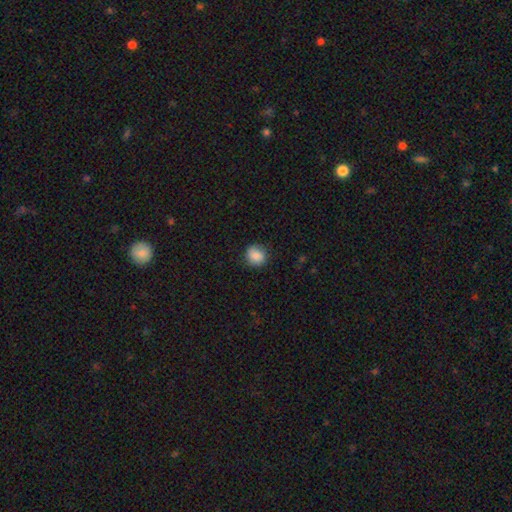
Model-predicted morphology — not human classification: This is clearly a smooth galaxy (81%). How rounded: clearly round (85%). Merging: likely none (80%).